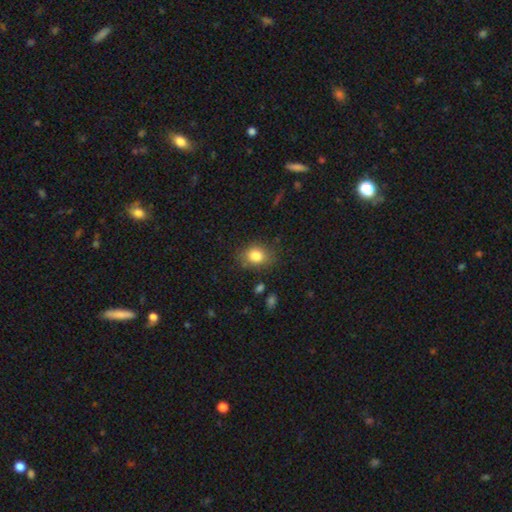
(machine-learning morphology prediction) This is clearly a smooth galaxy (82%). How rounded: possibly round (51%). Merging: likely none (77%).